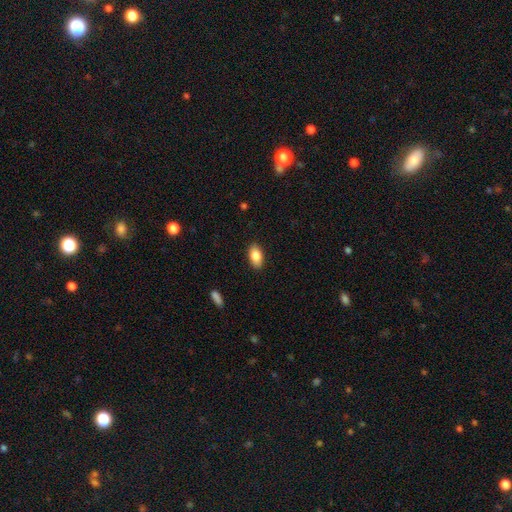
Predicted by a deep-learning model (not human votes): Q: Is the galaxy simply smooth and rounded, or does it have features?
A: smooth — 85%.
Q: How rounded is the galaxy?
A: in between — 92%.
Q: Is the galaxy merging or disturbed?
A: none — 89%.